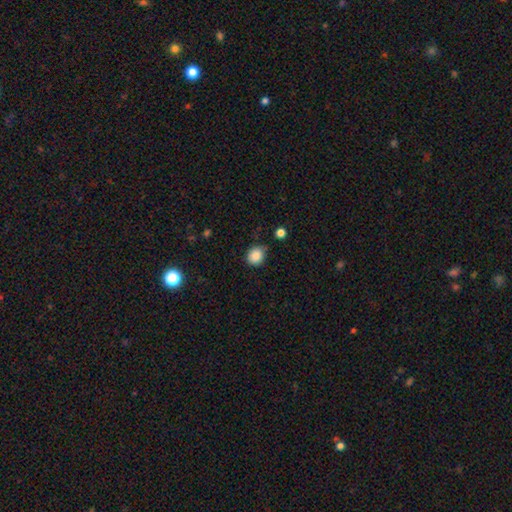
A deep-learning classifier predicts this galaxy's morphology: This appears to be a smooth galaxy with no disk features (86%) that is round (78%). Merging: none (74%).